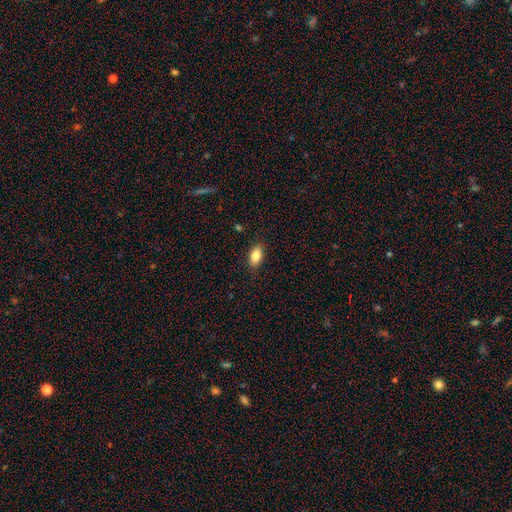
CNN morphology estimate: Smooth or featured? Predicted: smooth (p=0.85). How rounded? Predicted: in between (p=0.91). Merging? Predicted: none (p=0.86).